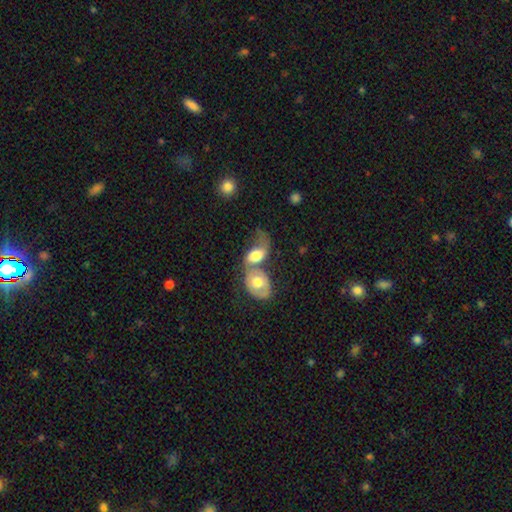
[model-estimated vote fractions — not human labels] The model was most divided on "smooth or featured": smooth: 50%, featured or disk: 43%, star or artifact: 7%. More confident: how rounded — in between (84%); merging — merger (68%).